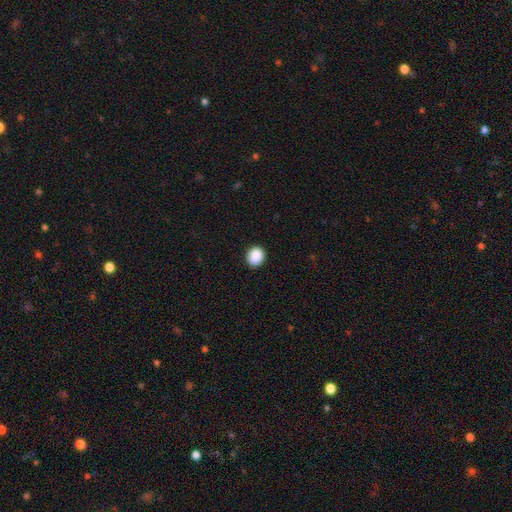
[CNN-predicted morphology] This appears to be a smooth galaxy with no disk features (89%) that is round (73%). Merging: none (90%).